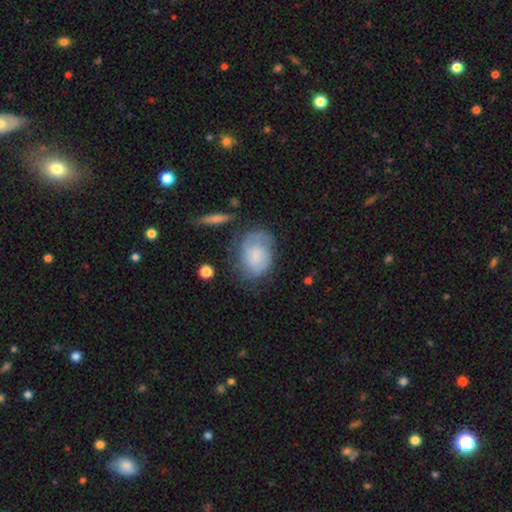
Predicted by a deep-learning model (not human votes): Morphology: type=smooth (46%, tied with featured or disk); merging=none (58%).